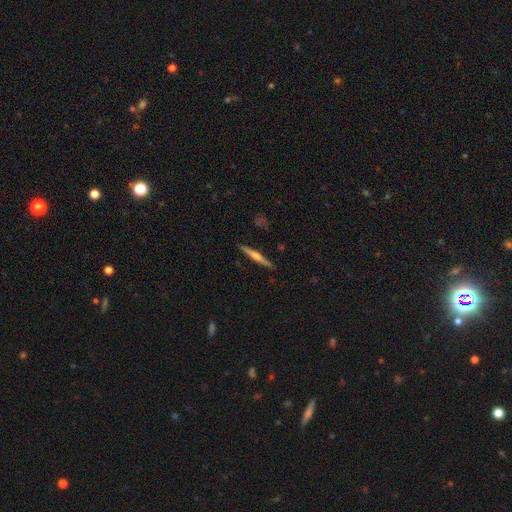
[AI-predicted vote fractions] A featured or disk galaxy (55%) viewed edge-on (98%) with a rounded central bulge (63%).

Vote fractions:
- Smooth or featured? featured or disk: 55% / smooth: 39% / star or artifact: 6%
- Edge-on disk? yes: 98% / no: 2%
- Edge-on bulge? rounded: 63% / none: 22% / boxy: 15%
- Merging? none: 90% / minor disturbance: 7% / major disturbance: 2% / merger: 1%